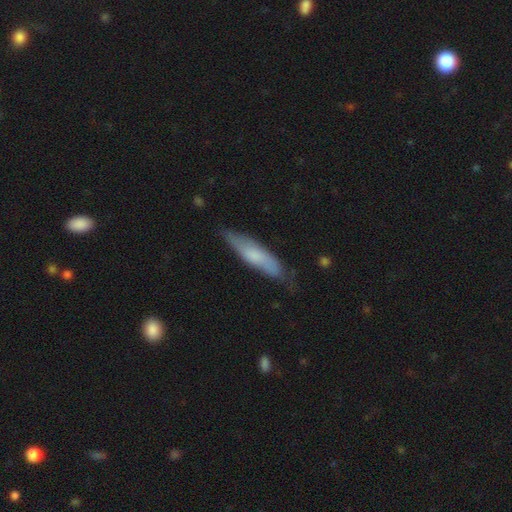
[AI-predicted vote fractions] smooth_or_featured: smooth (p=0.64) [alt: featured or disk p=0.30]
how_rounded: cigar-shaped (p=0.73) [alt: in between p=0.25]
merging: none (p=0.69) [alt: minor disturbance p=0.24]